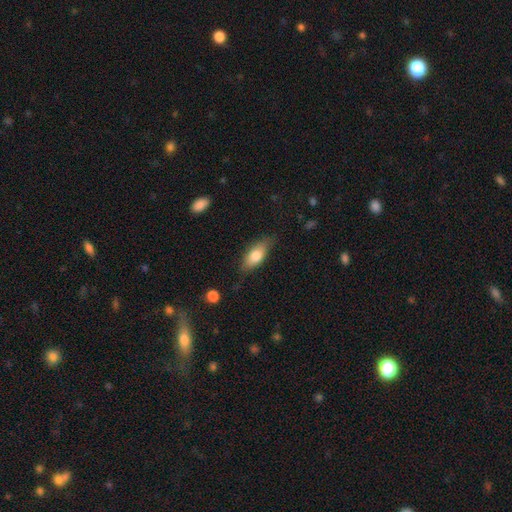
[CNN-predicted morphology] This is likely a smooth galaxy (75%). How rounded: likely in between (79%). Merging: likely none (74%).